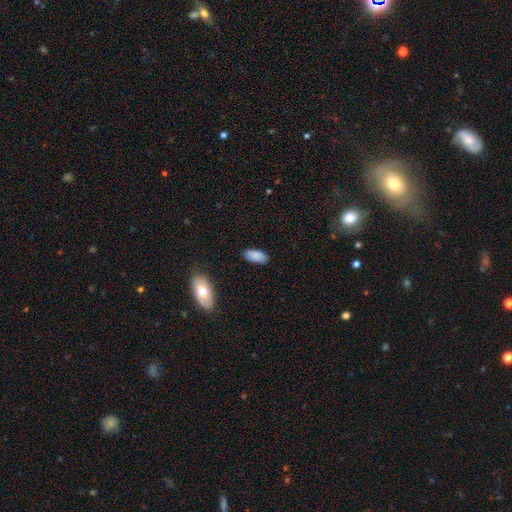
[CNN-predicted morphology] The model was most divided on "merging": none: 84%, minor disturbance: 12%, major disturbance: 2%, merger: 1%. More confident: how rounded — in between (91%); smooth or featured — smooth (86%).